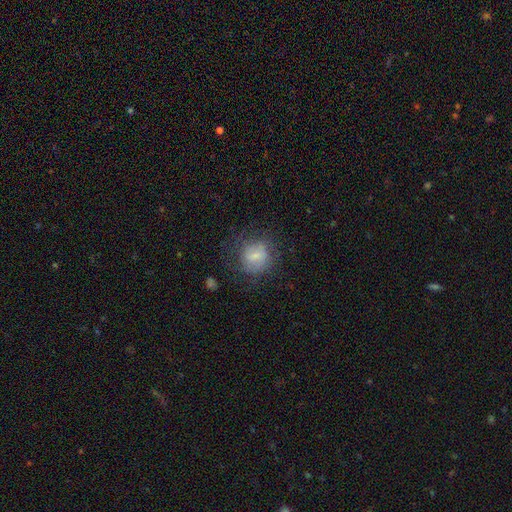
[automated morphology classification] This is possibly a smooth galaxy (58%). How rounded: likely round (77%). Merging: likely none (61%).